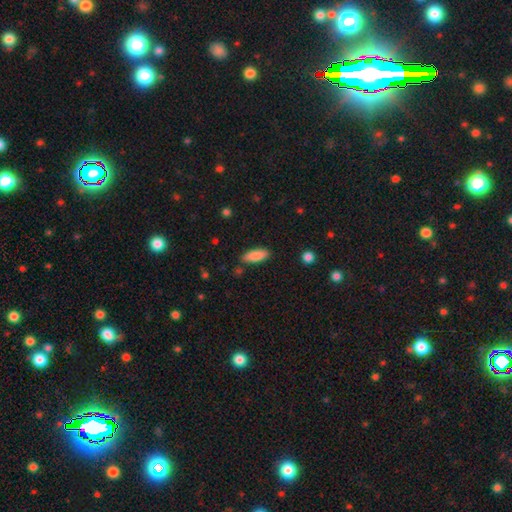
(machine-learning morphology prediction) Q: Smooth or featured?
A: smooth (88%); runner-up: star or artifact (6%)
Q: How rounded?
A: in between (70%); runner-up: cigar-shaped (28%)
Q: Merging?
A: none (84%); runner-up: minor disturbance (11%)